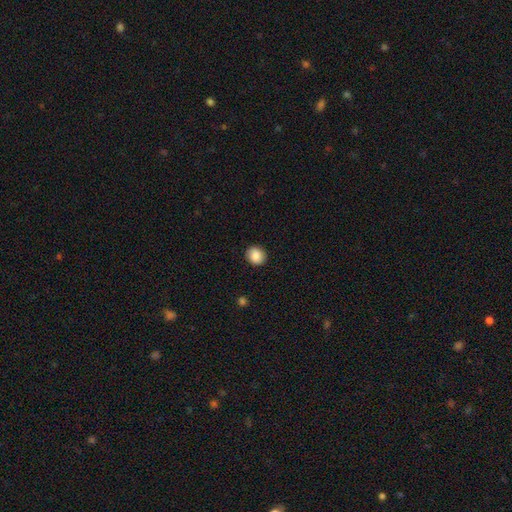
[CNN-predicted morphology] Smooth or featured? smooth (87%)
How rounded? round (75%)
Merging? none (90%)